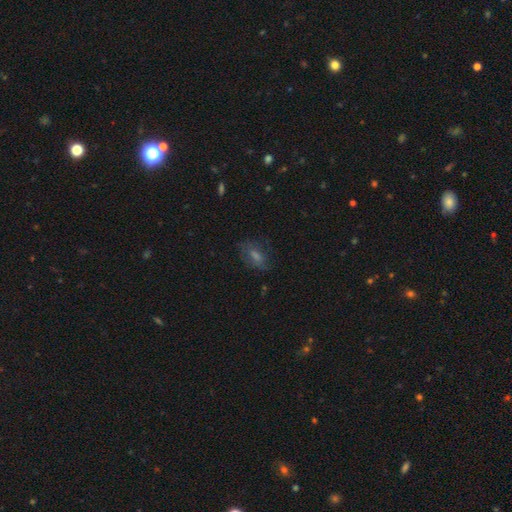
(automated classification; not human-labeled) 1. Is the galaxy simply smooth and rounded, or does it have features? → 43% smooth, 31% featured or disk, 26% star or artifact.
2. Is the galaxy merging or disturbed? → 74% none, 16% minor disturbance, 8% major disturbance, 2% merger.